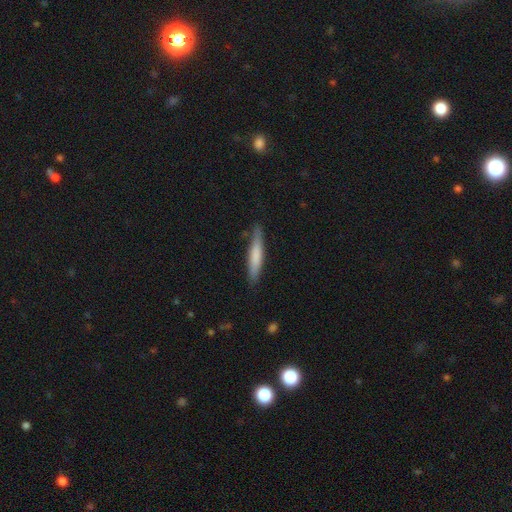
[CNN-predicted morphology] A smooth galaxy with no disk features (70%) that is cigar-shaped (90%). Merging: none (82%).